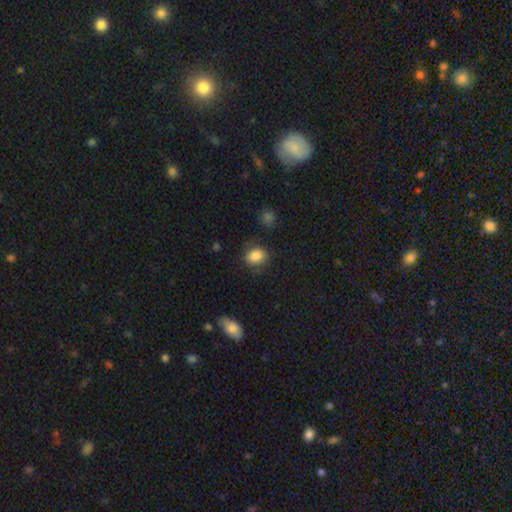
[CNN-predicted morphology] Smooth or featured: smooth — 85% (star or artifact — 9%)
How rounded: round — 59% (in between — 40%)
Merging: none — 76% (minor disturbance — 16%)